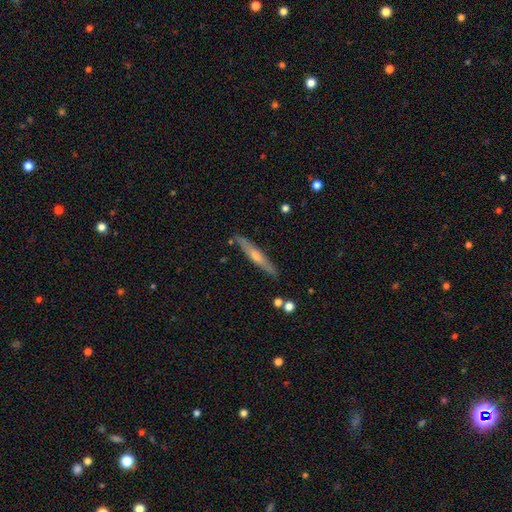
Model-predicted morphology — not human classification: smooth_or_featured: featured or disk (p=0.58) [alt: smooth p=0.36]
disk_edge_on: yes (p=0.93) [alt: no p=0.07]
edge_on_bulge: rounded (p=0.71) [alt: none p=0.24]
merging: none (p=0.85) [alt: minor disturbance p=0.10]